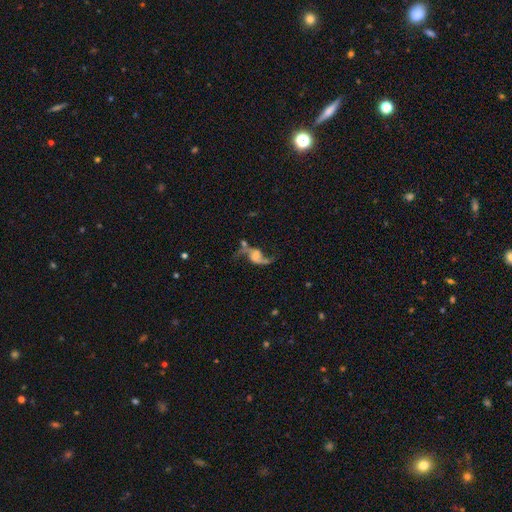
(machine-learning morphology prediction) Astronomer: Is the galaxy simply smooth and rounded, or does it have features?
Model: featured or disk — 82%.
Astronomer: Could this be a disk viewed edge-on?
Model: no — 96%.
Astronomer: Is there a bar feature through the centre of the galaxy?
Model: no — 54% (runner-up: weak, 34%).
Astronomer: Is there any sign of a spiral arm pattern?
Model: yes — 94%.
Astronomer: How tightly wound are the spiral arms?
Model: loose — 88%.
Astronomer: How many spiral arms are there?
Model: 2 — 91%.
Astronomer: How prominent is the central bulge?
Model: small — 32% (runner-up: moderate, 26%).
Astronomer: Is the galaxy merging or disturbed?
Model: none — 56%.